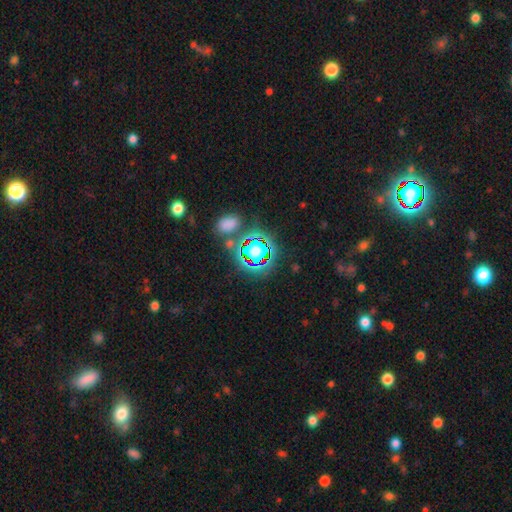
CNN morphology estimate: The model was most divided on "smooth or featured": star or artifact: 73%, smooth: 18%, featured or disk: 9%.